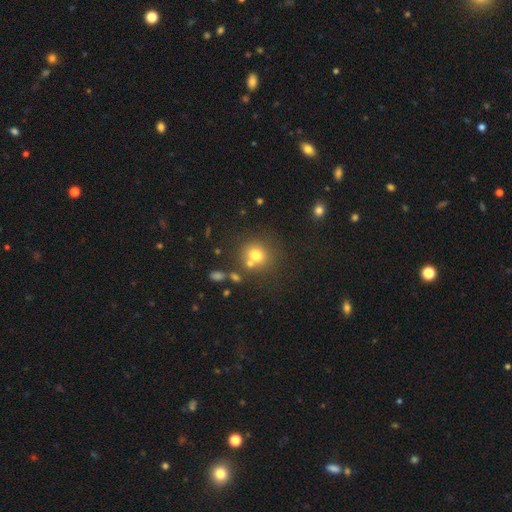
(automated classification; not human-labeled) Overall: smooth (73%). How rounded: round (86%). Merging: none (64%).